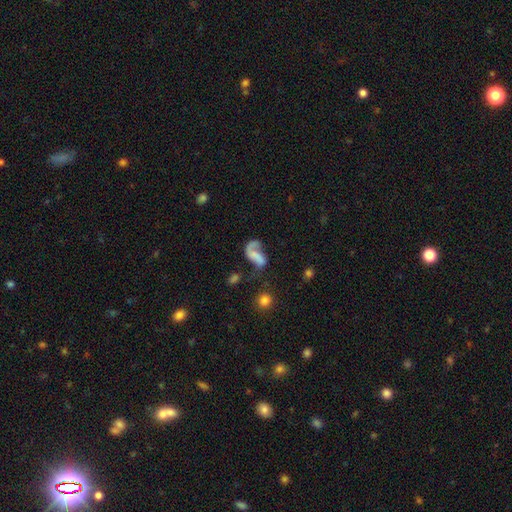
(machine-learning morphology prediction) Overall: featured or disk (65%; smooth 25%). Edge-on disk: no (97%). Bar: no (47%; weak 30%). Spiral arms: yes (84%). Spiral arm count: 2 (53%; 1 42%). Spiral winding: loose (68%). Bulge size: none (64%). Merging: major disturbance (36%, tied with none).